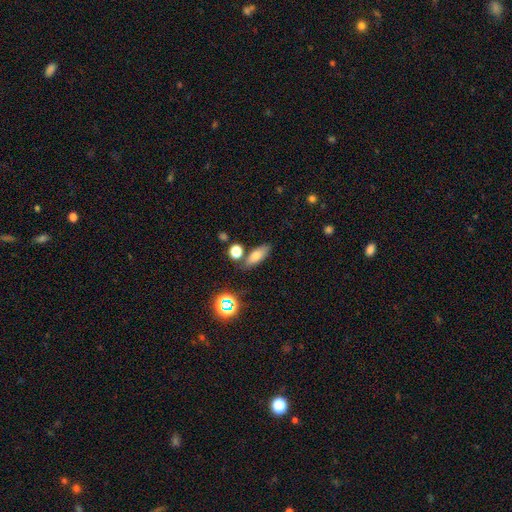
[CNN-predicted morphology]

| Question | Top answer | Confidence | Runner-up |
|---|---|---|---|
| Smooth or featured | smooth | 73% | star or artifact (14%) |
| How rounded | in between | 71% | cigar-shaped (23%) |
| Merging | none | 73% | minor disturbance (13%) |